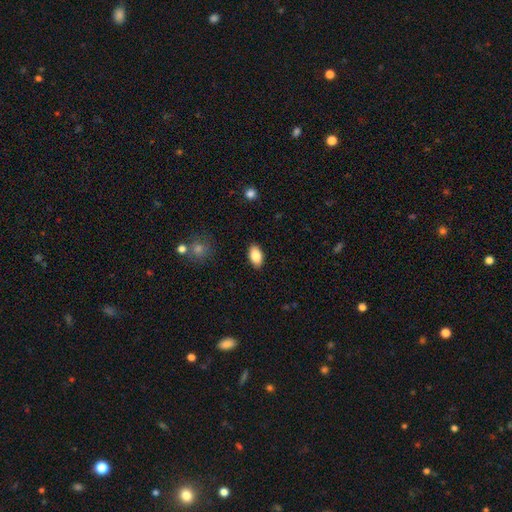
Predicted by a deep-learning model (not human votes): Smooth or featured? Predicted: smooth (p=0.85). How rounded? Predicted: in between (p=0.93). Merging? Predicted: none (p=0.89).